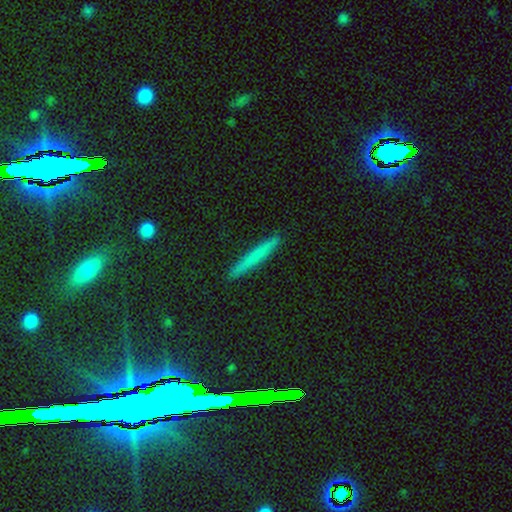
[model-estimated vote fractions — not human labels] smooth_or_featured: smooth (p=0.65) [alt: featured or disk p=0.24]
how_rounded: cigar-shaped (p=0.96) [alt: in between p=0.03]
merging: none (p=0.91) [alt: minor disturbance p=0.06]